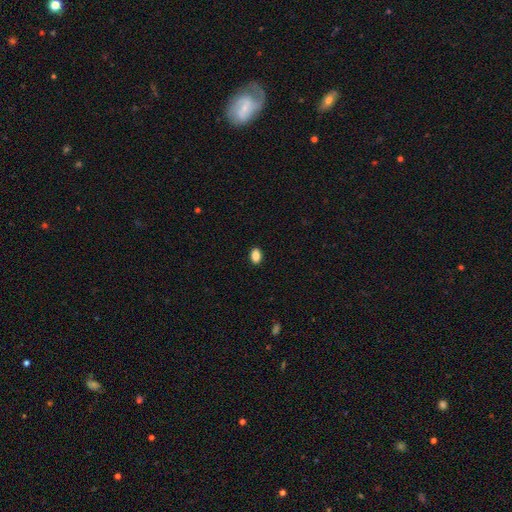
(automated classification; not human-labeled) smooth_or_featured: smooth (p=0.87) [alt: star or artifact p=0.09]
how_rounded: in between (p=0.84) [alt: round p=0.14]
merging: none (p=0.90) [alt: minor disturbance p=0.07]